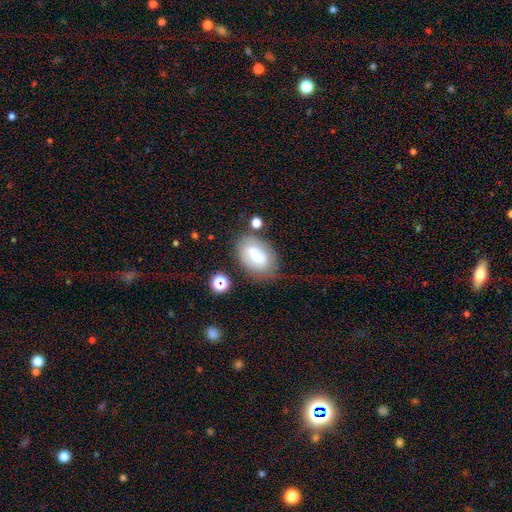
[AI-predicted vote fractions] smooth-or-featured: smooth: 59% | featured or disk: 32% | star or artifact: 9%
  how-rounded: in between: 85% | round: 13% | cigar-shaped: 2%
  merging: none: 64% | minor disturbance: 22% | major disturbance: 9% | merger: 6%